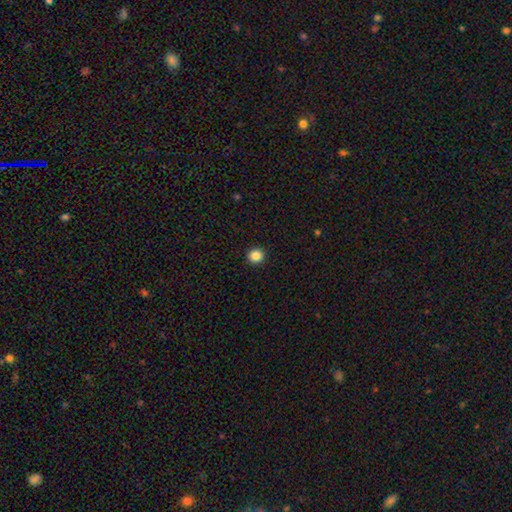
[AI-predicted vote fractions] Morphology: type=smooth (87%); roundness=round (93%); merging=none (93%).